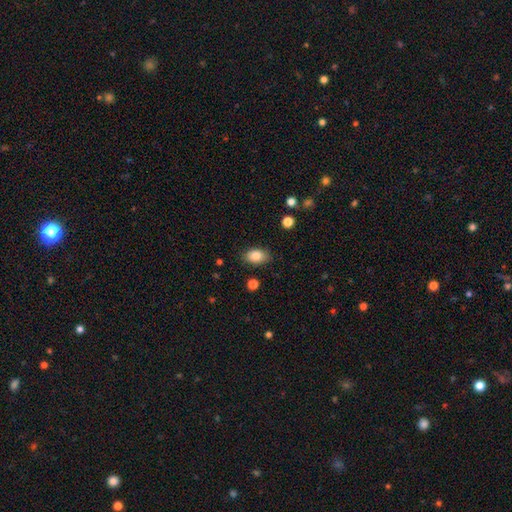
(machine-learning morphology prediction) Smooth or featured? smooth (84%)
How rounded? in between (86%)
Merging? none (84%)